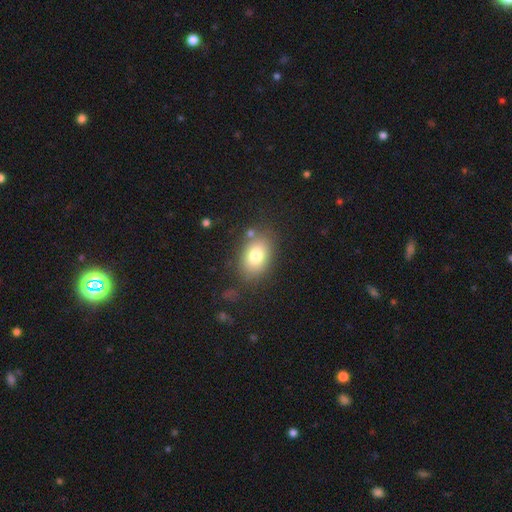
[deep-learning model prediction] Overall: smooth (79%). How rounded: in between (79%). Merging: none (78%).